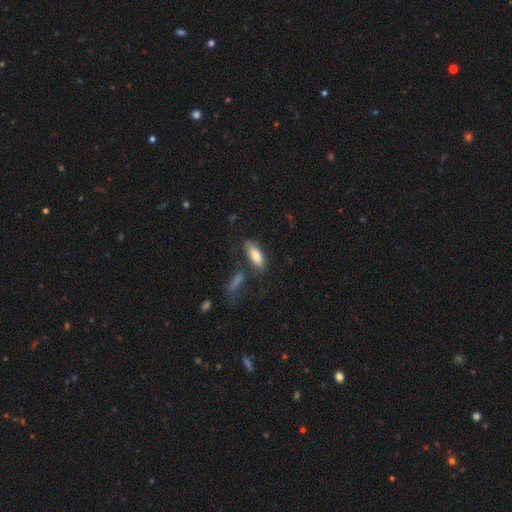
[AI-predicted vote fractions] Smooth or featured?
  - smooth: 80% *
  - featured or disk: 14%
  - star or artifact: 7%
How rounded?
  - in between: 71% *
  - cigar-shaped: 27%
  - round: 2%
Merging?
  - none: 66% *
  - minor disturbance: 17%
  - merger: 11%
  - major disturbance: 6%